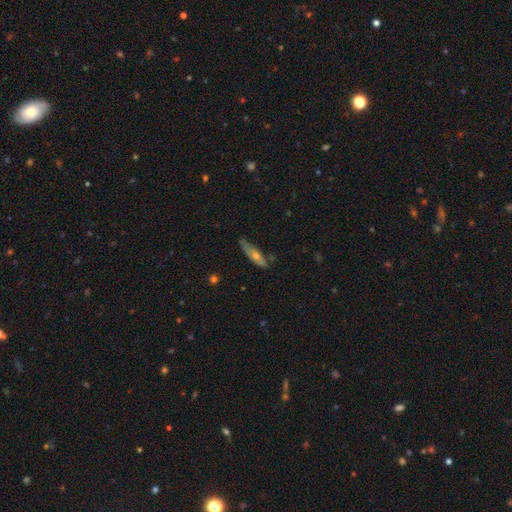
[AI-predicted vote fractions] smooth_or_featured: featured or disk (p=0.50) [alt: smooth p=0.42]
merging: none (p=0.63) [alt: minor disturbance p=0.27]